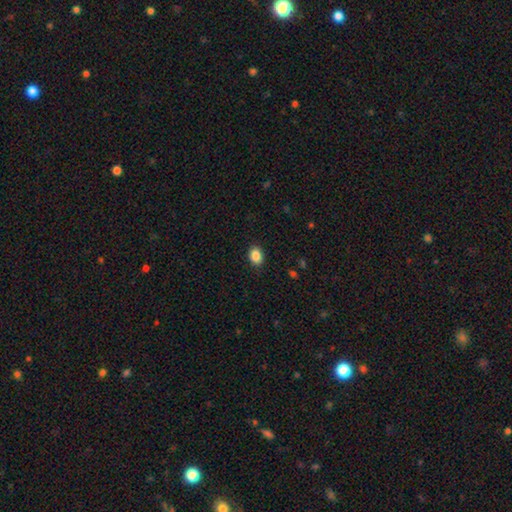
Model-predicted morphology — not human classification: This is clearly a smooth galaxy (88%). How rounded: likely in between (72%). Merging: clearly none (89%).